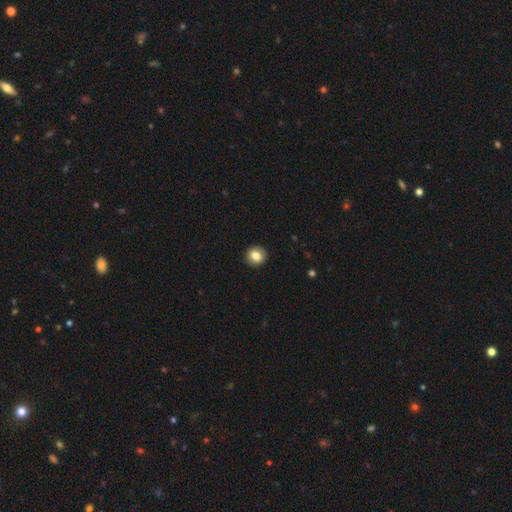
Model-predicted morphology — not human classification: A smooth galaxy with no disk features (82%) that is round (85%).

Vote fractions:
- Smooth or featured? smooth: 82% / star or artifact: 9% / featured or disk: 9%
- How rounded? round: 85% / in between: 14% / cigar-shaped: 1%
- Merging? none: 91% / minor disturbance: 6% / major disturbance: 2% / merger: 1%